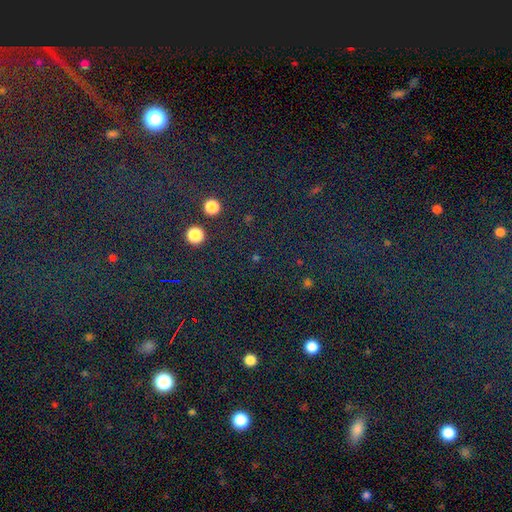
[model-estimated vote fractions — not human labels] A star or artifact, not a galaxy (77%).